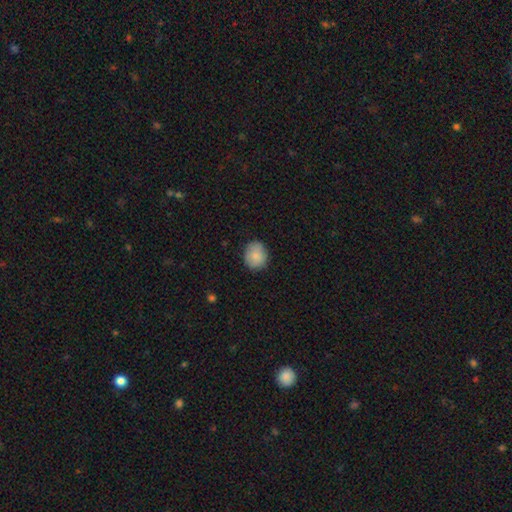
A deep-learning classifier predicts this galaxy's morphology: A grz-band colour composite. It shows a smooth galaxy with no disk features (85%) that is round (74%). Merging: none (84%).